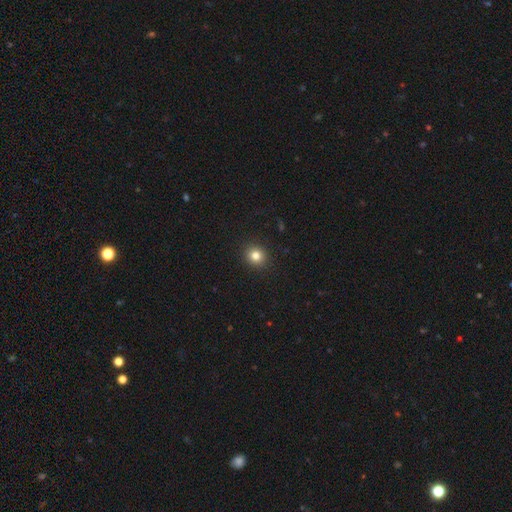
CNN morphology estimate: Overall: smooth (81%). How rounded: round (87%). Merging: none (92%).